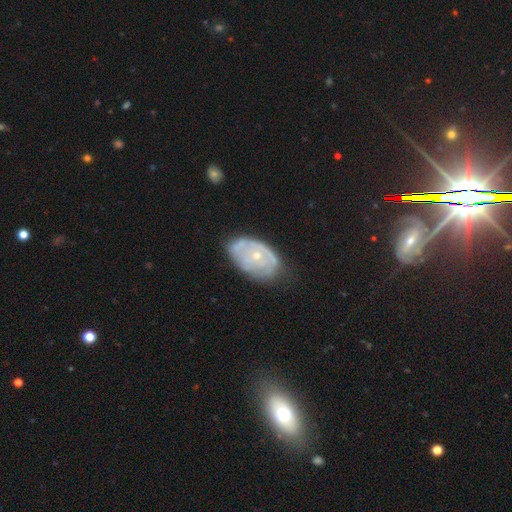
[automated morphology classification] This appears to be a featured or disk galaxy (64%) with no bar (87%), no spiral arms (52%) and a small central bulge (65%). Merging: none (54%).